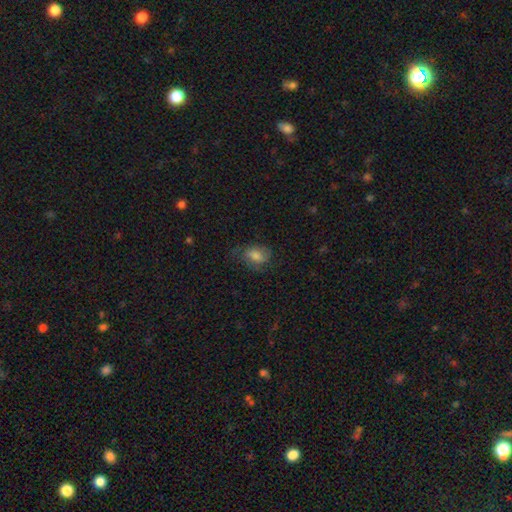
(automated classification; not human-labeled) A smooth galaxy with no disk features (69%) that is in between round and cigar-shaped (80%). Merging: none (57%).